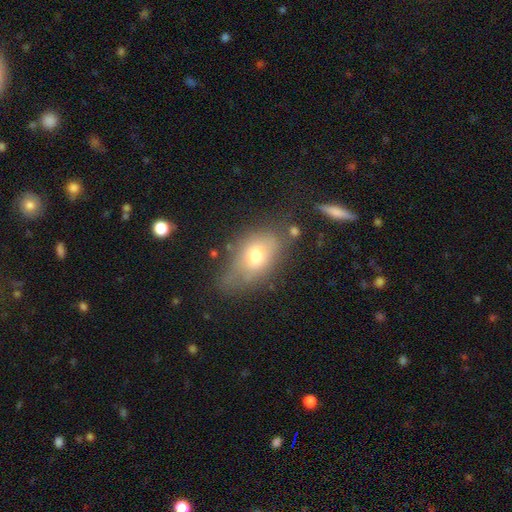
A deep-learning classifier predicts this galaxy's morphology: A smooth galaxy with no disk features (66%) that is in between round and cigar-shaped (82%).

Vote fractions:
- Smooth or featured? smooth: 66% / featured or disk: 23% / star or artifact: 11%
- How rounded? in between: 82% / round: 14% / cigar-shaped: 4%
- Merging? none: 49% / minor disturbance: 29% / major disturbance: 16% / merger: 6%